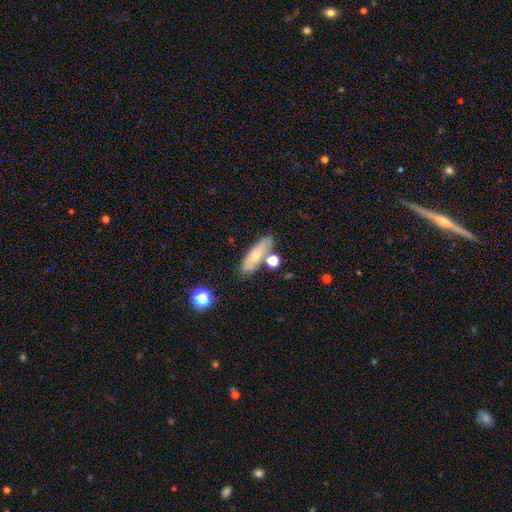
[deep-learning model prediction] This is likely a smooth galaxy (61%). How rounded: possibly in between (51%). Merging: likely none (66%).